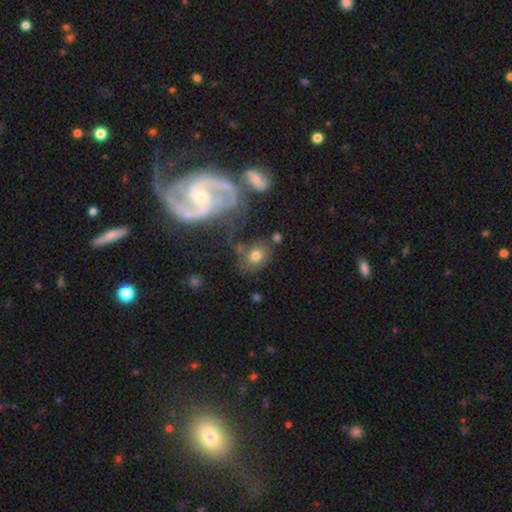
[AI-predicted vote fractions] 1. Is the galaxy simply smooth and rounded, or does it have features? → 65% smooth, 23% featured or disk, 12% star or artifact.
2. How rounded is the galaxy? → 51% in between, 48% round, 2% cigar-shaped.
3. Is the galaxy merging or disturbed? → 60% none, 17% minor disturbance, 14% merger, 10% major disturbance.